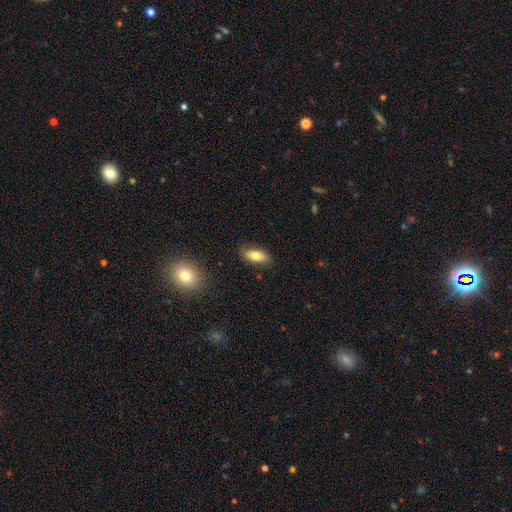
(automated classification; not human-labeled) A smooth galaxy with no disk features (71%) that is in between round and cigar-shaped (74%).

Vote fractions:
- Smooth or featured? smooth: 71% / featured or disk: 21% / star or artifact: 7%
- How rounded? in between: 74% / cigar-shaped: 22% / round: 3%
- Merging? none: 86% / minor disturbance: 11% / major disturbance: 2% / merger: 2%